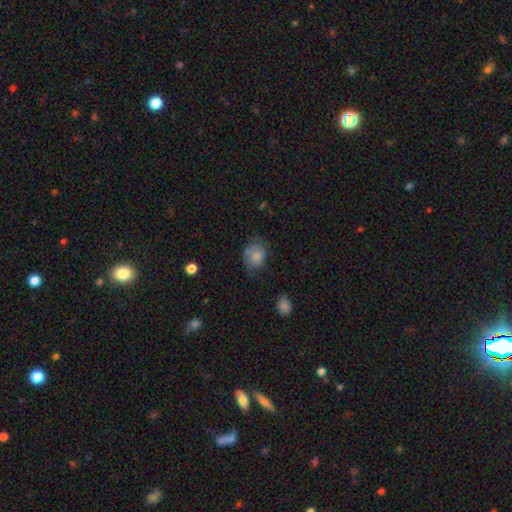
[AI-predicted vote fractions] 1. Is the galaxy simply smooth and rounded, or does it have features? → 78% smooth, 13% featured or disk, 9% star or artifact.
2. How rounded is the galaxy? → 60% round, 39% in between, 1% cigar-shaped.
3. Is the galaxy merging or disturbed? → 55% none, 31% minor disturbance, 12% major disturbance, 3% merger.